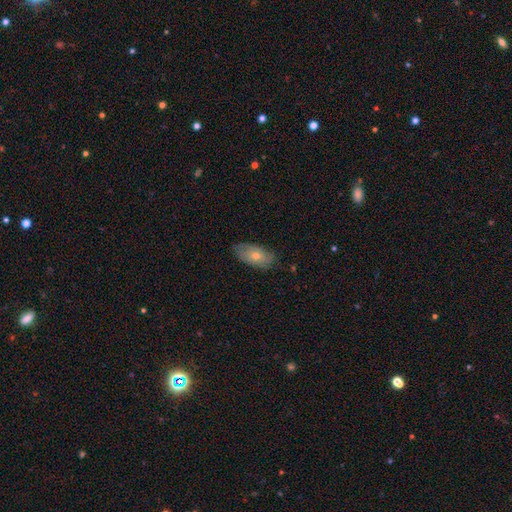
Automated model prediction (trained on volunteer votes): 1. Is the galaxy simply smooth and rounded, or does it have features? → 48% smooth, 43% featured or disk, 9% star or artifact.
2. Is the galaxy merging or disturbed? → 78% none, 18% minor disturbance, 3% major disturbance, 1% merger.